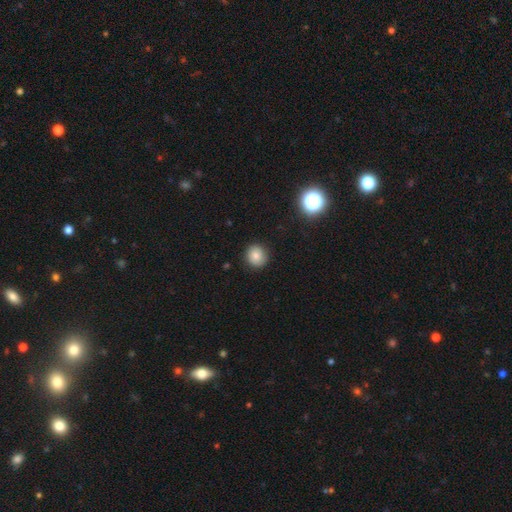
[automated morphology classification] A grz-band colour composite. It shows a smooth galaxy with no disk features (79%) that is round (89%). Merging: none (88%).